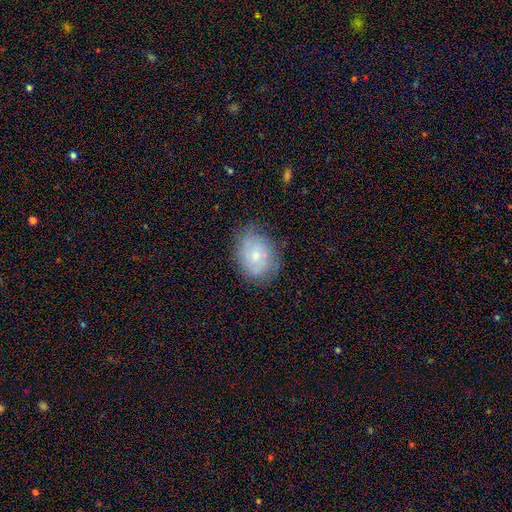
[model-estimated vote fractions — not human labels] The model was most divided on "smooth or featured": smooth: 54%, featured or disk: 37%, star or artifact: 9%. More confident: merging — none (71%); how rounded — in between (59%).